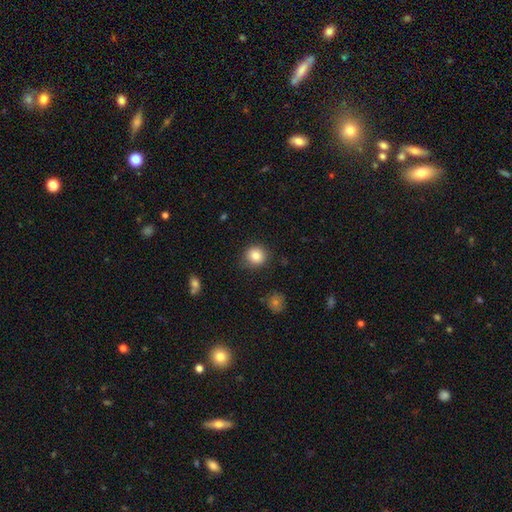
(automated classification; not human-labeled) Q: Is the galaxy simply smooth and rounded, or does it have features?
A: smooth — 83%.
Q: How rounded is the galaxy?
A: round — 86%.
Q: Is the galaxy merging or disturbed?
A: none — 82%.